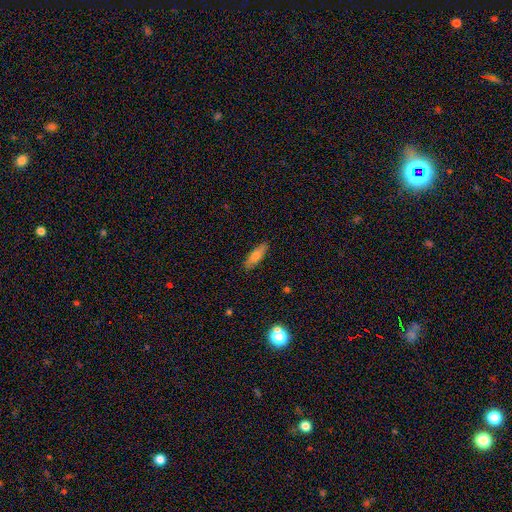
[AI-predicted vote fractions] Smooth or featured: smooth — 64% (featured or disk — 27%)
How rounded: cigar-shaped — 50% (in between — 47%)
Merging: none — 85% (minor disturbance — 12%)